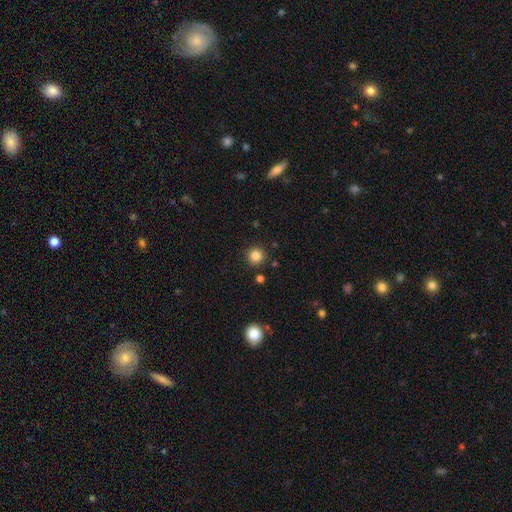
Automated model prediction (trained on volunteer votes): Overall: smooth (84%). How rounded: round (94%). Merging: none (90%).